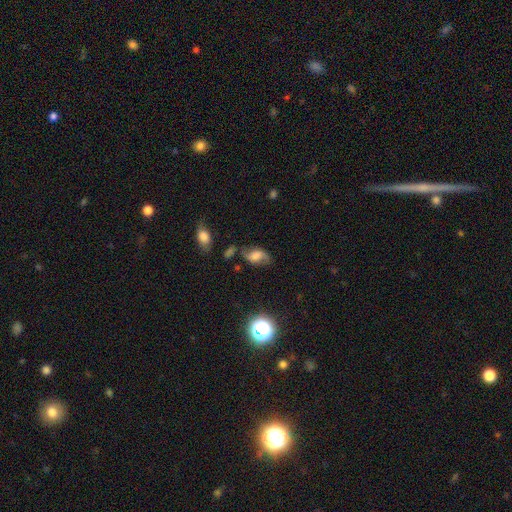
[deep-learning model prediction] smooth_or_featured: featured or disk (p=0.52) [alt: smooth p=0.35]
disk_edge_on: no (p=0.94) [alt: yes p=0.06]
merging: none (p=0.64) [alt: minor disturbance p=0.22]